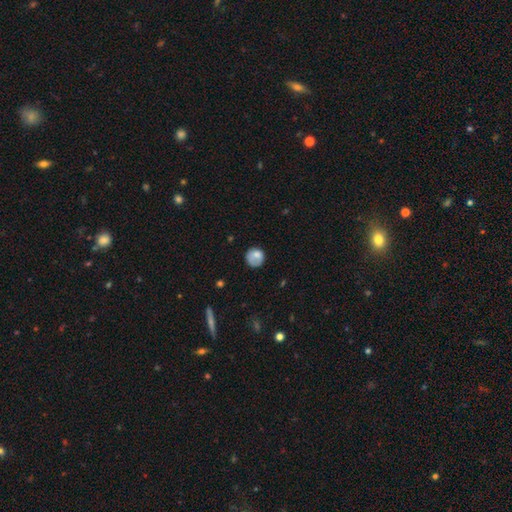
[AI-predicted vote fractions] Morphology: type=smooth (74%); roundness=round (85%); merging=none (62%).